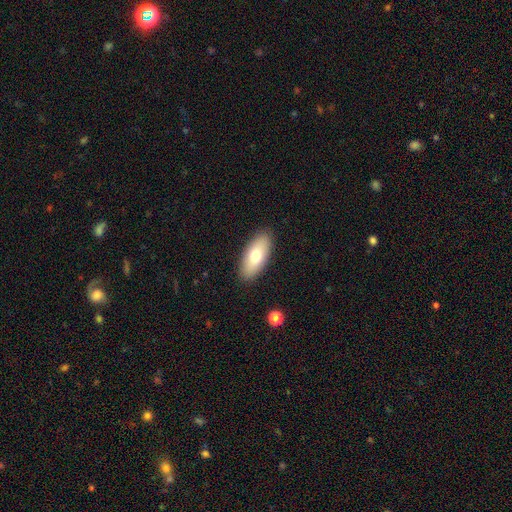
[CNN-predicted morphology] A smooth galaxy with no disk features (72%) that is in between round and cigar-shaped (86%).

Vote fractions:
- Smooth or featured? smooth: 72% / featured or disk: 21% / star or artifact: 6%
- How rounded? in between: 86% / cigar-shaped: 11% / round: 3%
- Merging? none: 88% / minor disturbance: 9% / major disturbance: 2% / merger: 1%